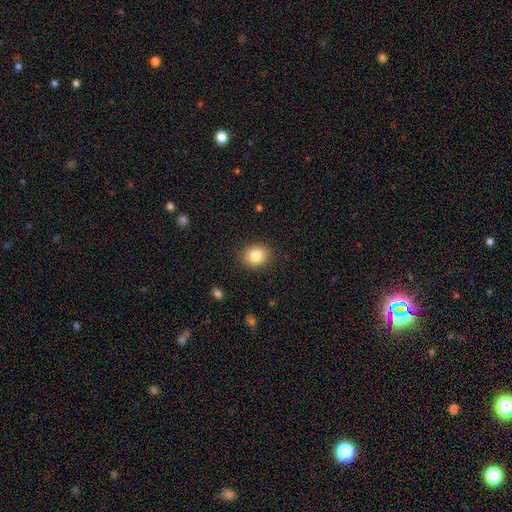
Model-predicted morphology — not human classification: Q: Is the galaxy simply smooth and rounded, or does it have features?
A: smooth — 83%.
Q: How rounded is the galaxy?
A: round — 67%.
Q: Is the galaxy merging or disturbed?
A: none — 89%.